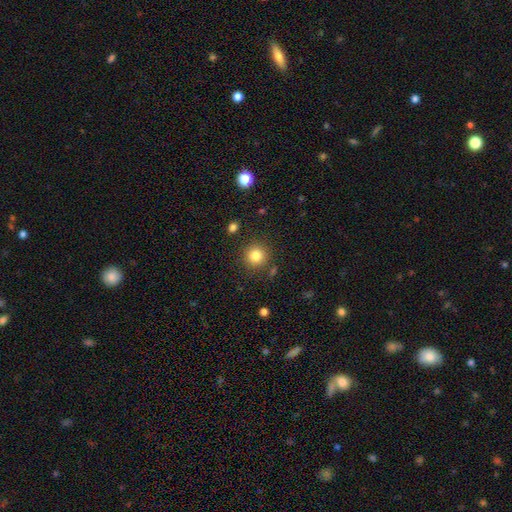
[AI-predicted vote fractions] Q: Smooth or featured?
A: smooth (82%); runner-up: star or artifact (12%)
Q: How rounded?
A: round (93%); runner-up: in between (6%)
Q: Merging?
A: none (86%); runner-up: minor disturbance (8%)